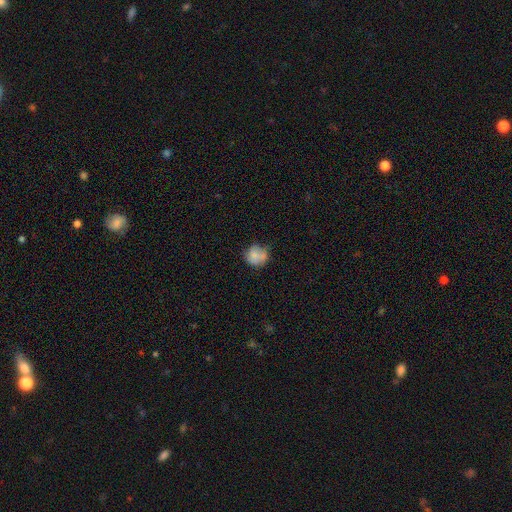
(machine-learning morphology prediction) Overall: smooth (76%). How rounded: round (81%). Merging: none (54%; minor disturbance 31%).